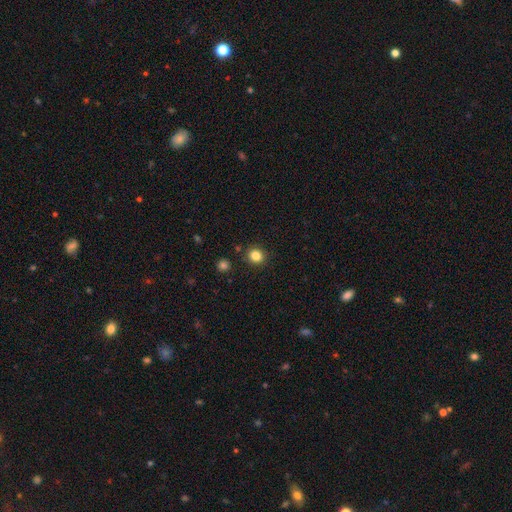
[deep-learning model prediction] Smooth or featured? smooth (83%)
How rounded? round (85%)
Merging? none (89%)